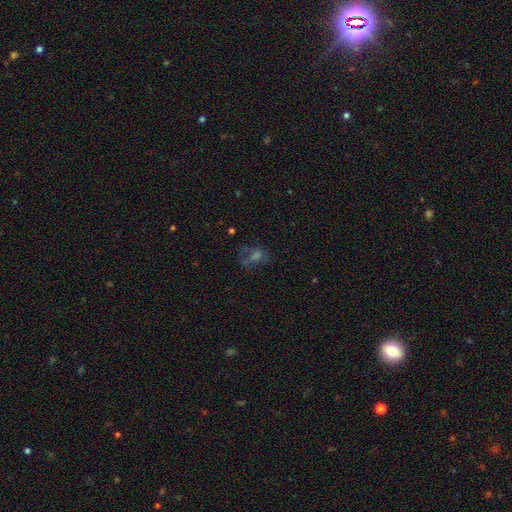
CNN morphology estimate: The model was most divided on "smooth or featured" (3-way tie): smooth: 33%, featured or disk: 33%, star or artifact: 33%. More confident: merging — none (52%).